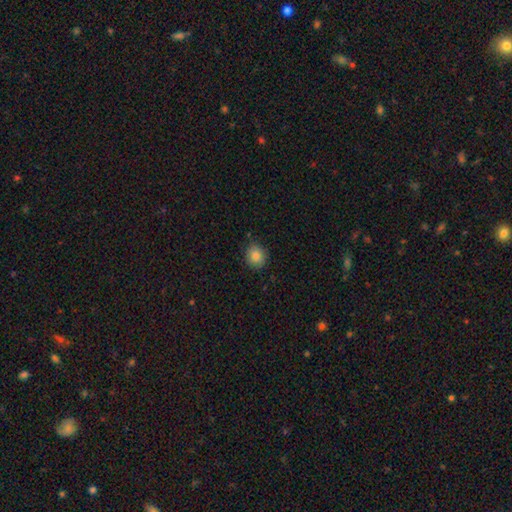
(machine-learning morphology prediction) Smooth or featured? smooth (84%)
How rounded? round (80%)
Merging? none (85%)